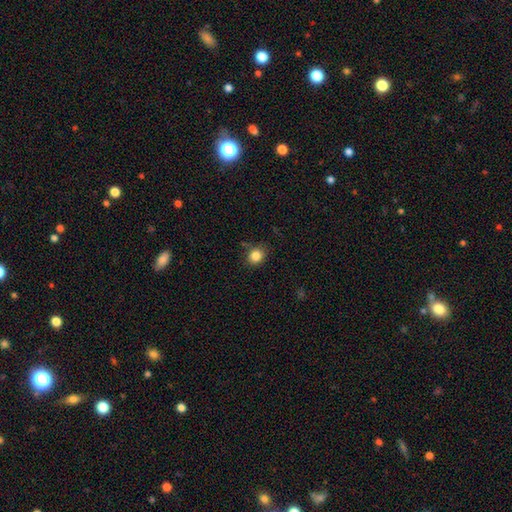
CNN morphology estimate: smooth_or_featured: smooth (p=0.84) [alt: star or artifact p=0.11]
how_rounded: round (p=0.72) [alt: in between p=0.27]
merging: none (p=0.80) [alt: minor disturbance p=0.13]